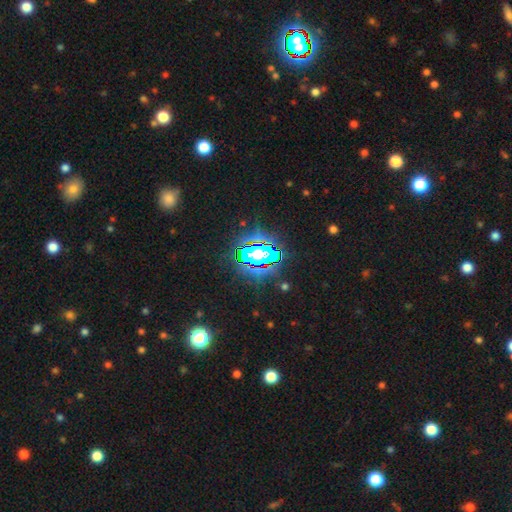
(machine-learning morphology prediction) smooth-or-featured: star or artifact: 67% | smooth: 19% | featured or disk: 14%